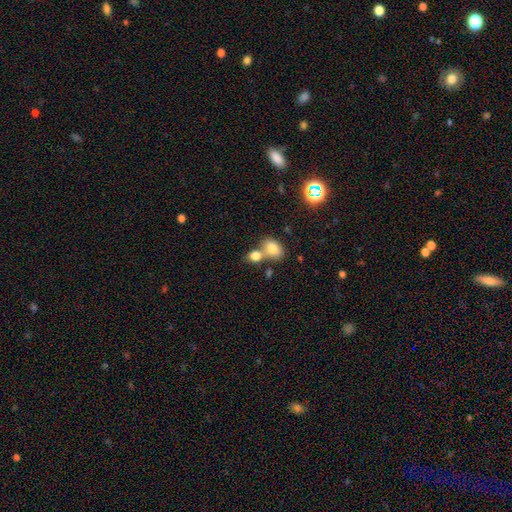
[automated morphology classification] smooth_or_featured: smooth (p=0.79) [alt: featured or disk p=0.11]
how_rounded: in between (p=0.65) [alt: round p=0.33]
merging: merger (p=0.53) [alt: none p=0.35]